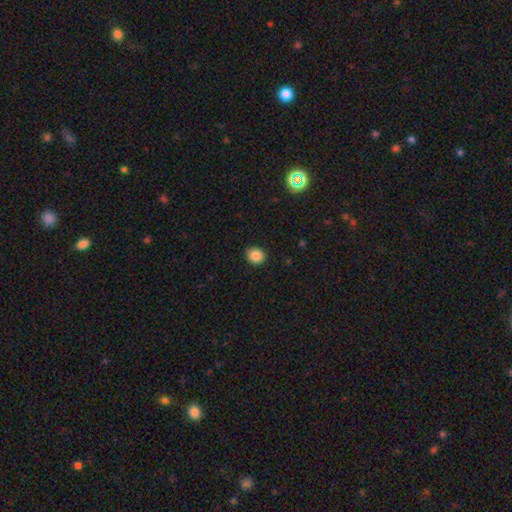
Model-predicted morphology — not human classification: A smooth galaxy with no disk features (85%) that is round (83%).

Vote fractions:
- Smooth or featured? smooth: 85% / star or artifact: 10% / featured or disk: 5%
- How rounded? round: 83% / in between: 16% / cigar-shaped: 1%
- Merging? none: 89% / minor disturbance: 8% / major disturbance: 2% / merger: 1%